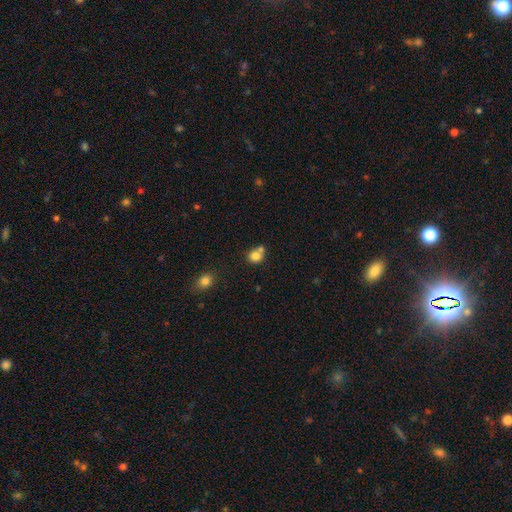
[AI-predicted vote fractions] The model was most divided on "merging": none: 48%, merger: 38%, minor disturbance: 10%, major disturbance: 4%. More confident: smooth or featured — smooth (81%); how rounded — round (78%).